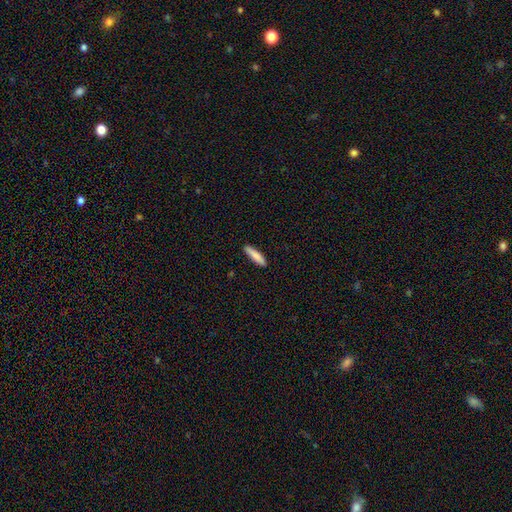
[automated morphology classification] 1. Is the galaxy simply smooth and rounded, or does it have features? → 85% smooth, 9% featured or disk, 6% star or artifact.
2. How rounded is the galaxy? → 80% cigar-shaped, 19% in between, 1% round.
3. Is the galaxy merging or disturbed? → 88% none, 9% minor disturbance, 2% major disturbance, 1% merger.